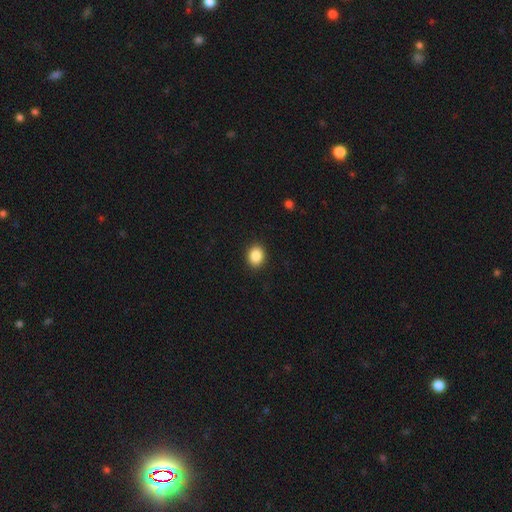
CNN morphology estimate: Overall: smooth (88%). How rounded: round (54%; in between 45%). Merging: none (91%).